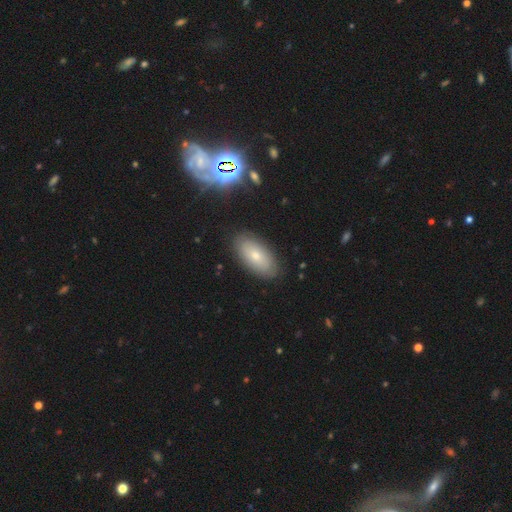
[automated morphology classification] Smooth or featured? Predicted: smooth (p=0.65). How rounded? Predicted: in between (p=0.92). Merging? Predicted: none (p=0.86).